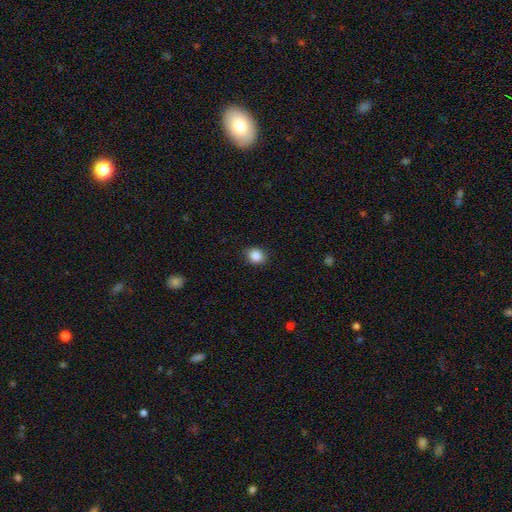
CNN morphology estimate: Smooth or featured? smooth (86%)
How rounded? round (68%)
Merging? none (88%)